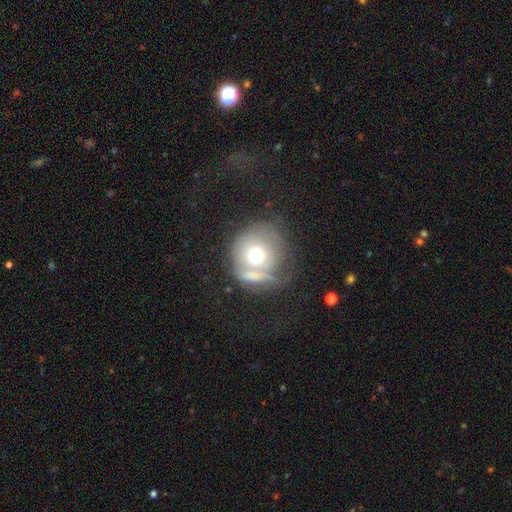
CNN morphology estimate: Overall: smooth (62%; featured or disk 28%). How rounded: round (88%). Merging: none (39%; merger 30%).